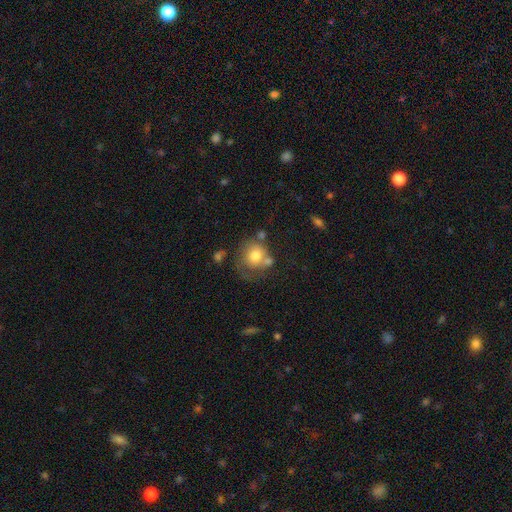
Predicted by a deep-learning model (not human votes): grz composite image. It shows a smooth galaxy with no disk features (66%) that is round (77%). Merging: none (40%).